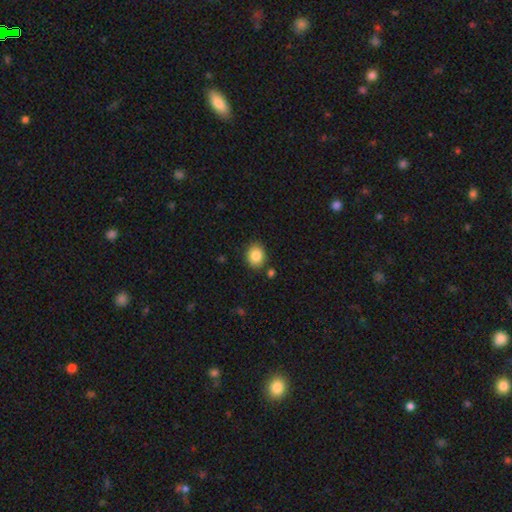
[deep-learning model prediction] Overall: smooth (84%). How rounded: round (56%; in between 43%). Merging: none (84%).